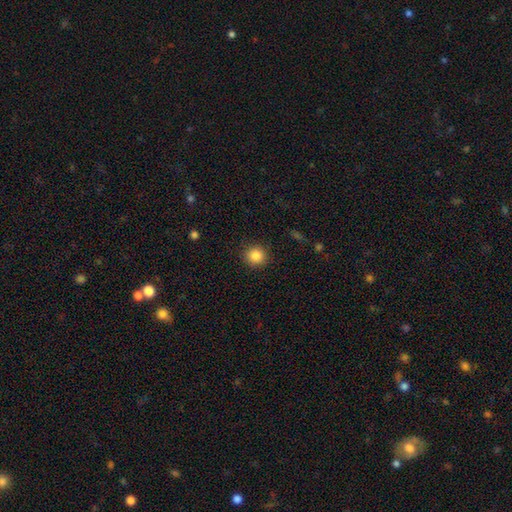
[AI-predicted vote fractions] A smooth galaxy with no disk features (86%) that is round (90%). Merging: none (90%).